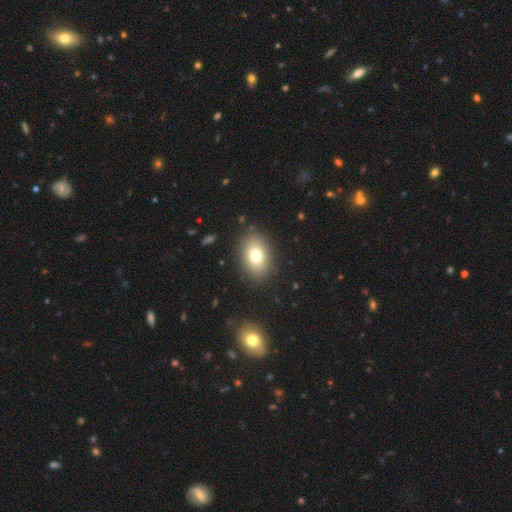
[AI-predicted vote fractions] Overall: smooth (77%). How rounded: in between (83%). Merging: none (85%).